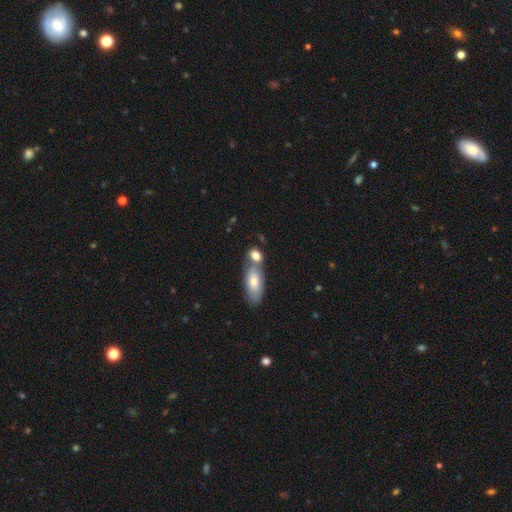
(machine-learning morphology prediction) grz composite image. It shows a smooth galaxy with no disk features (79%) that is in between round and cigar-shaped (69%). Merging: merger (44%).